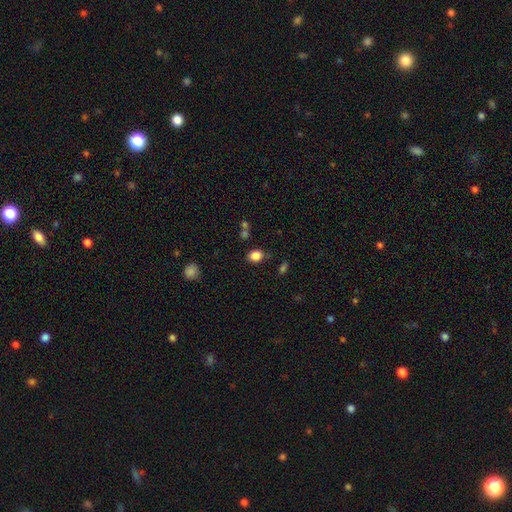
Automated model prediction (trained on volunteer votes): Smooth or featured? Predicted: smooth (p=0.84). How rounded? Predicted: in between (p=0.59). Merging? Predicted: none (p=0.76).